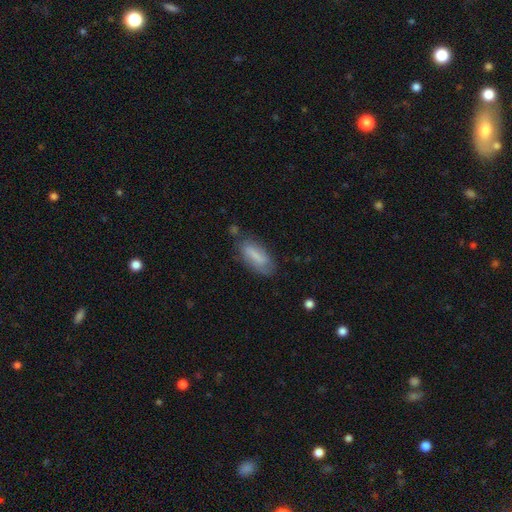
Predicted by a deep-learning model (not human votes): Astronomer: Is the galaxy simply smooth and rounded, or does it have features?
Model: smooth — 69%.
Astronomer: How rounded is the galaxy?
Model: in between — 72%.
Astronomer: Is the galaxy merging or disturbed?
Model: none — 66%.